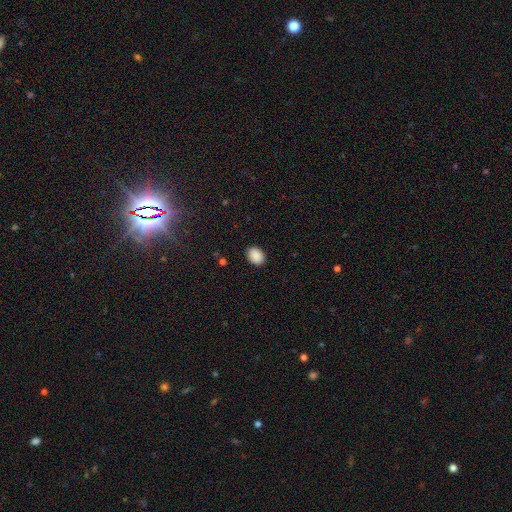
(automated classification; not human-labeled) smooth 89%, star or artifact 8%, featured or disk 3%. Down the decision tree: how rounded — in between (67%); merging — none (89%).